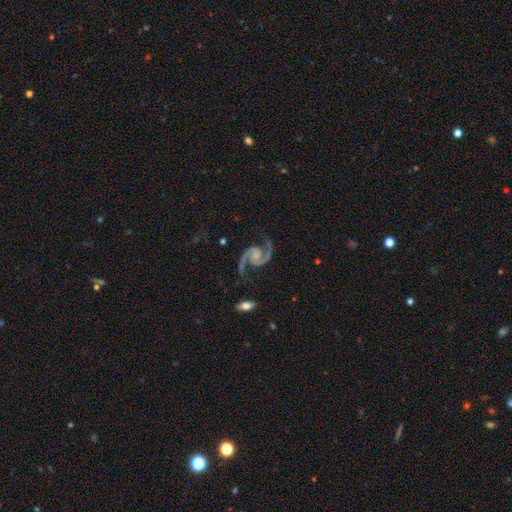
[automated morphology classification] Smooth or featured? featured or disk (94%)
Edge-on disk? no (98%)
Bar? no (68%)
Spiral arms? yes (99%)
Spiral winding? medium (65%)
Spiral arm count? 2 (95%)
Bulge size? small (60%)
Merging? none (76%)